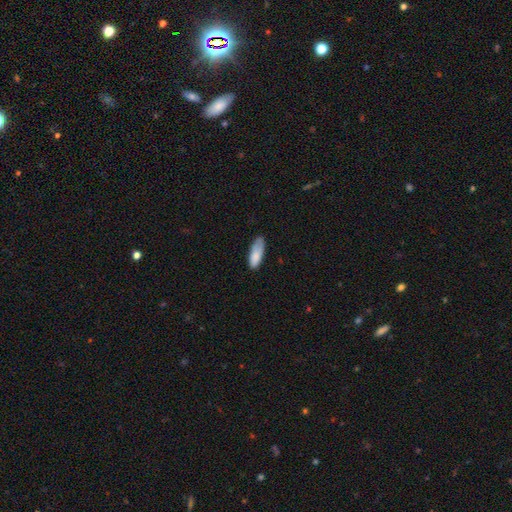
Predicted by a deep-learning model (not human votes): A smooth galaxy with no disk features (82%) that is in between round and cigar-shaped (69%).

Vote fractions:
- Smooth or featured? smooth: 82% / featured or disk: 12% / star or artifact: 7%
- How rounded? in between: 69% / cigar-shaped: 29% / round: 2%
- Merging? none: 59% / minor disturbance: 31% / major disturbance: 8% / merger: 2%